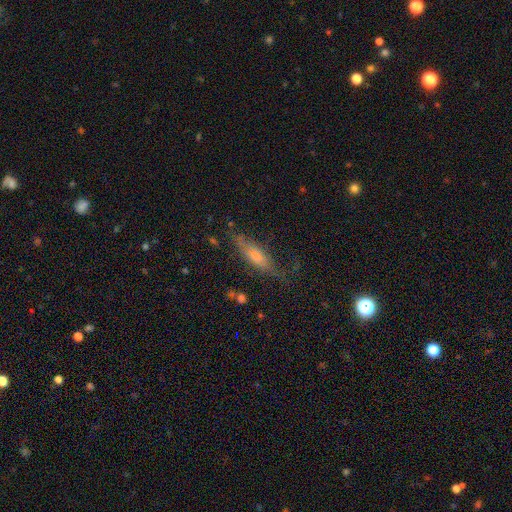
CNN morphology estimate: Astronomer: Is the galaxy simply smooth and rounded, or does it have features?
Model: featured or disk — 47% (runner-up: smooth, 44%).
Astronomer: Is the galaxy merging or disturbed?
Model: none — 64%.